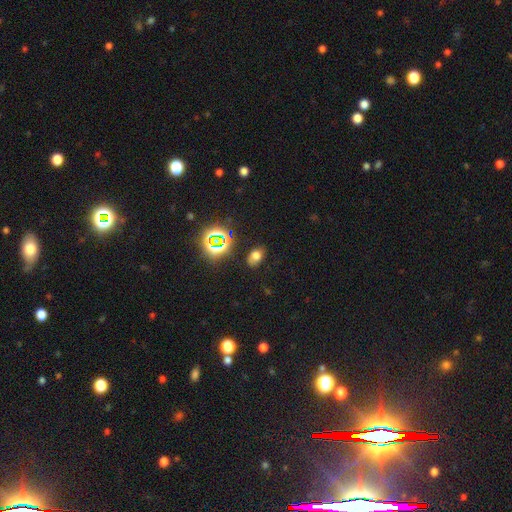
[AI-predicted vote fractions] Q: Smooth or featured?
A: smooth (64%); runner-up: star or artifact (25%)
Q: How rounded?
A: in between (82%); runner-up: round (17%)
Q: Merging?
A: none (77%); runner-up: minor disturbance (16%)